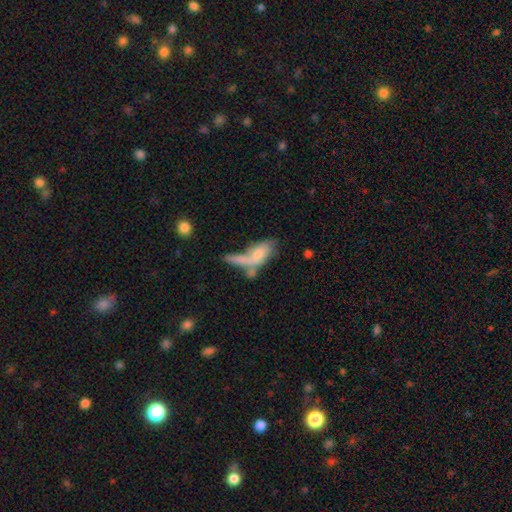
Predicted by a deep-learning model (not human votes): Smooth or featured? Predicted: smooth (p=0.56). How rounded? Predicted: in between (p=0.70). Merging? Predicted: merger (p=0.42).